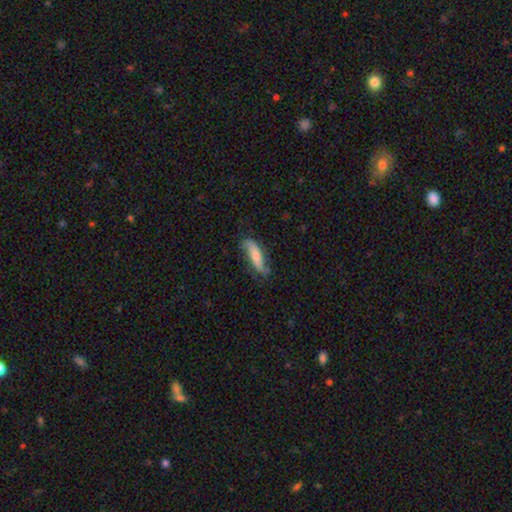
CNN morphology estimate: smooth_or_featured: smooth (p=0.51) [alt: featured or disk p=0.43]
how_rounded: cigar-shaped (p=0.60) [alt: in between p=0.37]
merging: none (p=0.62) [alt: minor disturbance p=0.27]